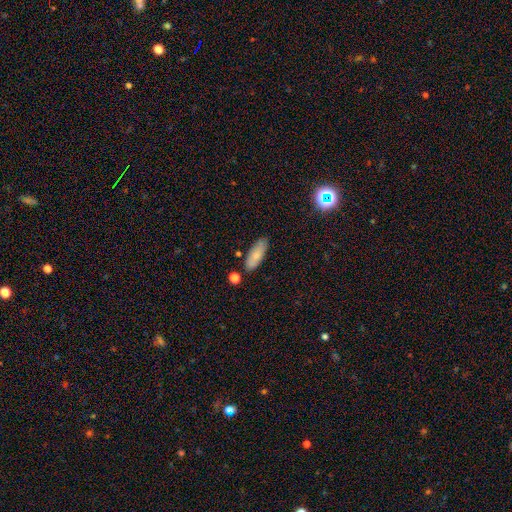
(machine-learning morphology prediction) Smooth or featured?
  - smooth: 78% *
  - featured or disk: 15%
  - star or artifact: 7%
How rounded?
  - in between: 66% *
  - cigar-shaped: 32%
  - round: 2%
Merging?
  - none: 79% *
  - minor disturbance: 14%
  - merger: 4%
  - major disturbance: 3%